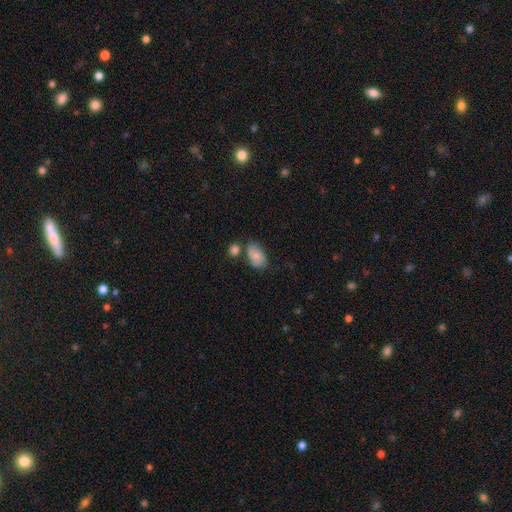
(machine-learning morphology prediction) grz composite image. It shows a smooth galaxy with no disk features (78%) that is in between round and cigar-shaped (90%). Merging: none (52%).